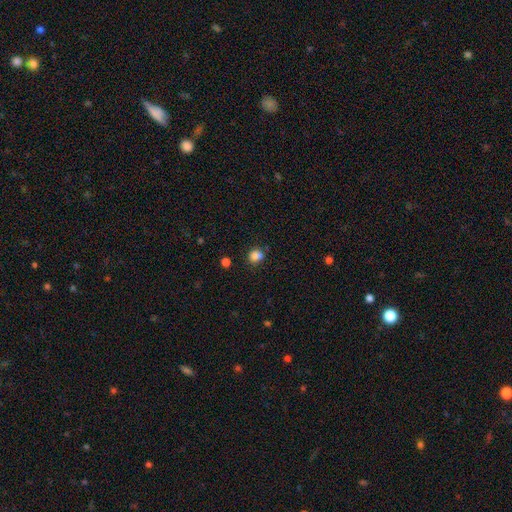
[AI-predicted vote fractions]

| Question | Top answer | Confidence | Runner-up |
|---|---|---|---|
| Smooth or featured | smooth | 80% | star or artifact (12%) |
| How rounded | round | 67% | in between (32%) |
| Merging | none | 55% | merger (21%) |